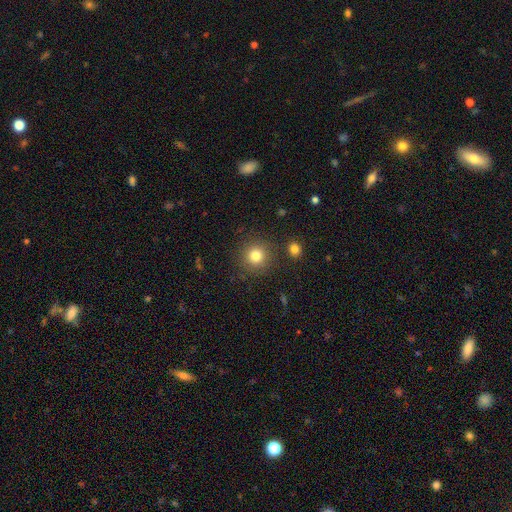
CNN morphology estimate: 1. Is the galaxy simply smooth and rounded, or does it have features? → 81% smooth, 12% star or artifact, 7% featured or disk.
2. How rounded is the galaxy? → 93% round, 6% in between, 1% cigar-shaped.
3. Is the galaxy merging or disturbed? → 87% none, 7% minor disturbance, 3% merger, 3% major disturbance.